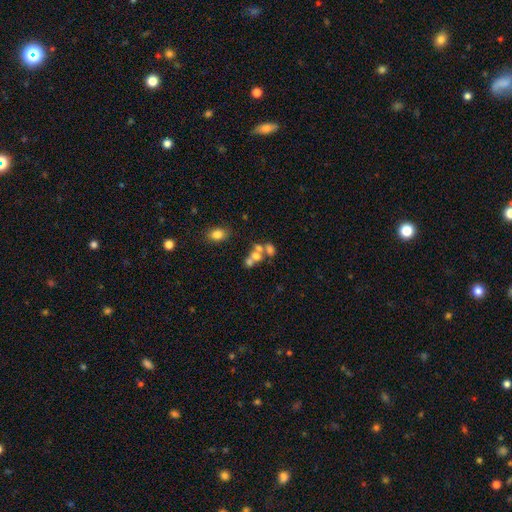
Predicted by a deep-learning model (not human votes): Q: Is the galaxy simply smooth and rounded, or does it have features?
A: smooth — 54%.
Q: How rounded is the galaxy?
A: round — 49%.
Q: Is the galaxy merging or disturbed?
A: merger — 58%.